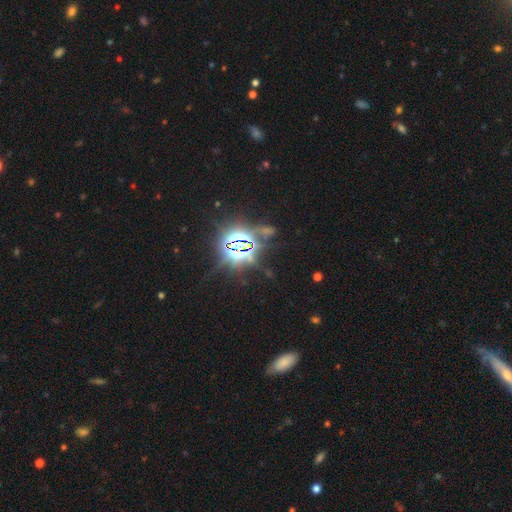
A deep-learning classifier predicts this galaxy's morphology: A star or artifact, not a galaxy (82%).